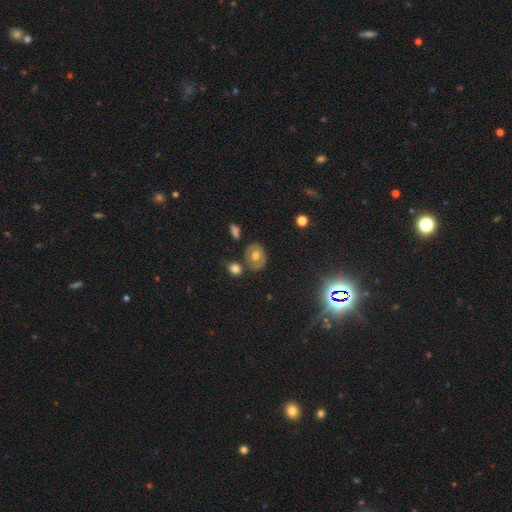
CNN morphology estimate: Smooth or featured? Predicted: smooth (p=0.50). How rounded? Predicted: in between (p=0.51). Merging? Predicted: none (p=0.71).